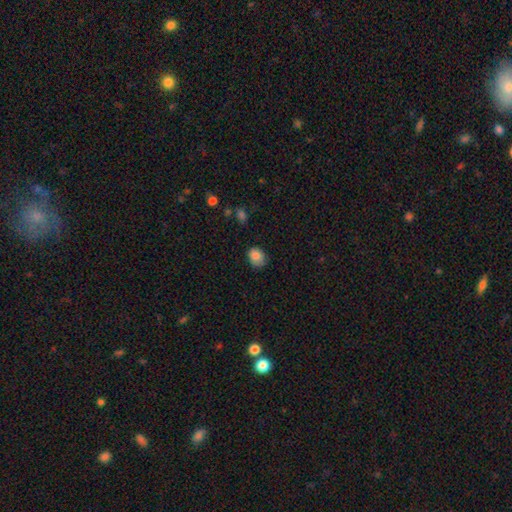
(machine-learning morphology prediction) Overall: smooth (85%). How rounded: in between (55%; round 44%). Merging: none (67%).